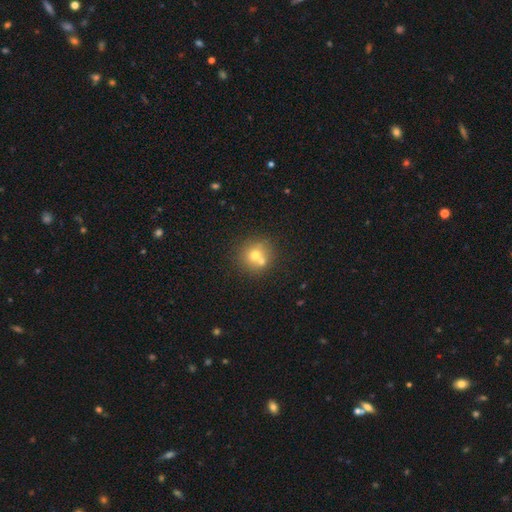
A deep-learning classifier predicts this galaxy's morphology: Overall: smooth (67%). How rounded: round (89%). Merging: none (54%; merger 35%).